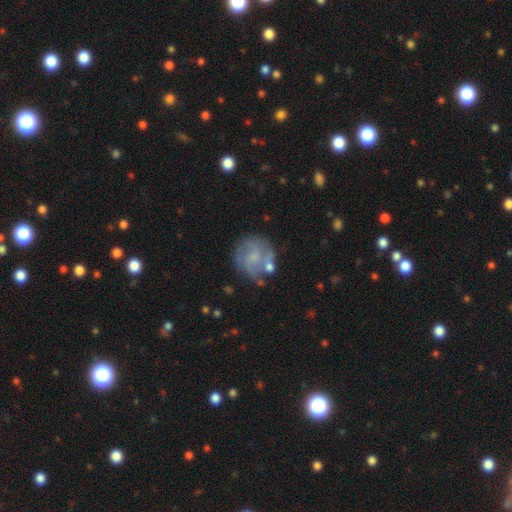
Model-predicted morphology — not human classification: The model was most divided on "bulge size": small: 51%, moderate: 26%, none: 20%, large: 2%, dominant: 1%. More confident: edge-on disk — no (98%); spiral arms — yes (73%); bar — no (64%); smooth or featured — featured or disk (63%); merging — none (62%).